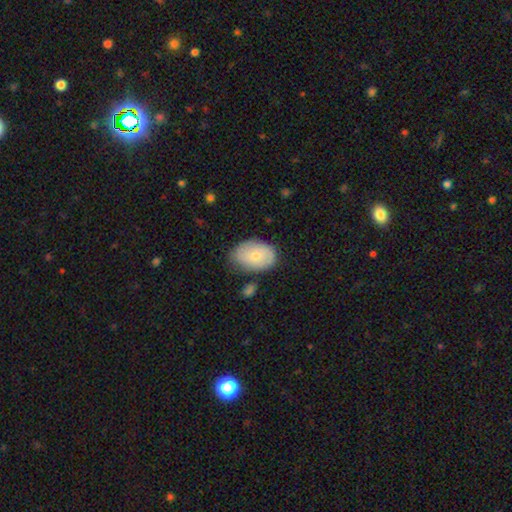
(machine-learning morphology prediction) type=smooth (68%); roundness=in between (85%); merging=none (68%).